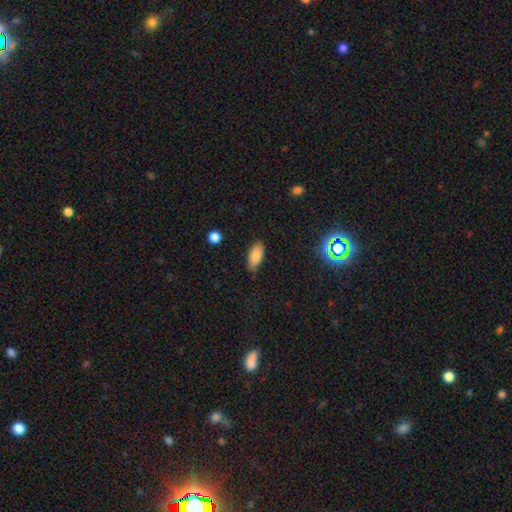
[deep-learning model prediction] A smooth galaxy with no disk features (85%) that is in between round and cigar-shaped (88%). Merging: none (79%).